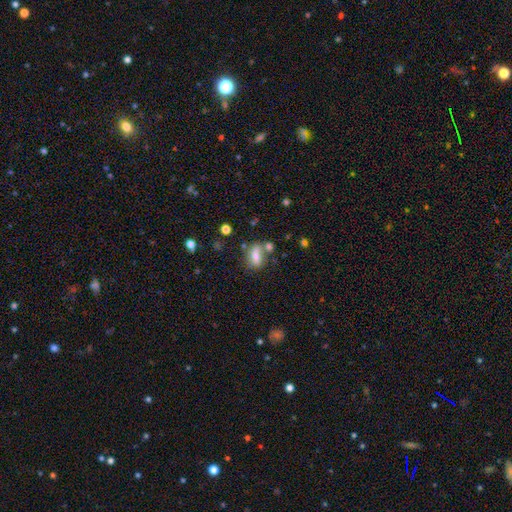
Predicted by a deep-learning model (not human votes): Morphology: type=smooth (68%); roundness=in between (73%); merging=none (48%).